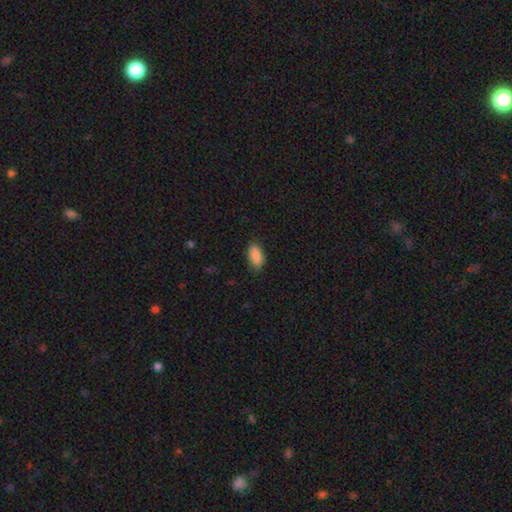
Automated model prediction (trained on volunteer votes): Smooth or featured? Predicted: smooth (p=0.89). How rounded? Predicted: in between (p=0.93). Merging? Predicted: none (p=0.83).